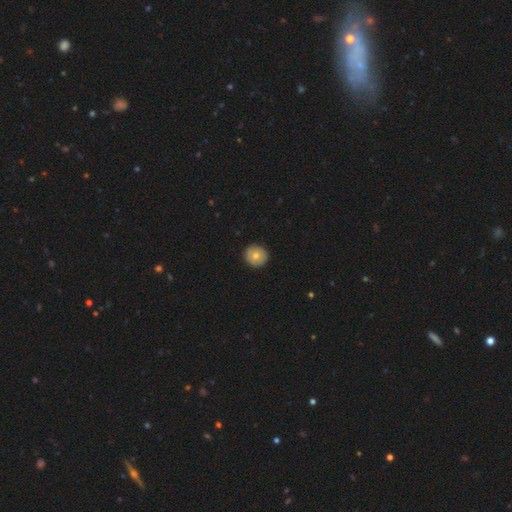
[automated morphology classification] smooth-or-featured: smooth: 67% | featured or disk: 25% | star or artifact: 8%
  how-rounded: round: 91% | in between: 8% | cigar-shaped: 1%
  merging: none: 91% | minor disturbance: 7% | major disturbance: 2% | merger: 1%